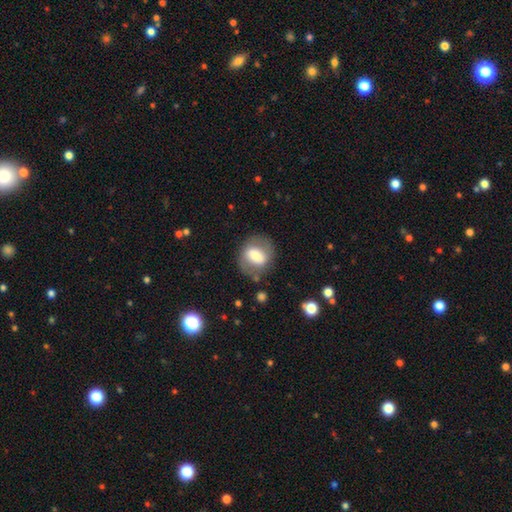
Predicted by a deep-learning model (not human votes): smooth 57%, featured or disk 35%, star or artifact 7%. Down the decision tree: how rounded — round (49%, tied with in between); merging — none (74%).